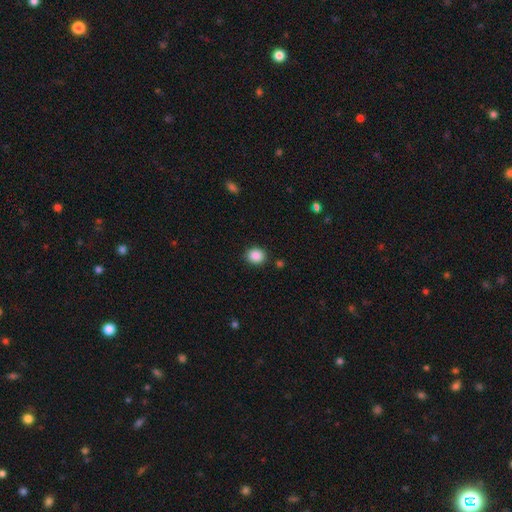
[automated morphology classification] A smooth galaxy with no disk features (88%) that is round (67%). Merging: none (88%).